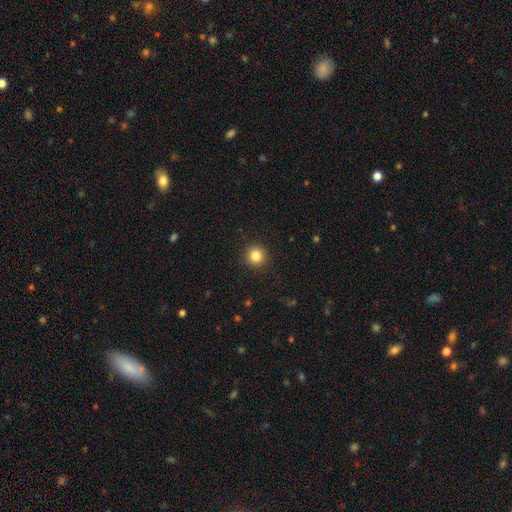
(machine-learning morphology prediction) Q: Smooth or featured?
A: smooth (85%); runner-up: star or artifact (11%)
Q: How rounded?
A: round (95%); runner-up: in between (4%)
Q: Merging?
A: none (92%); runner-up: minor disturbance (5%)